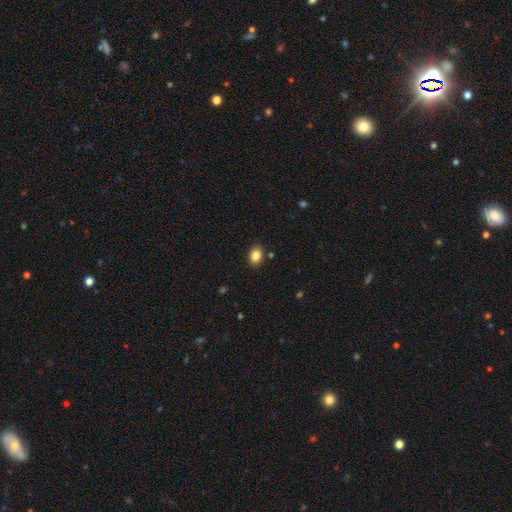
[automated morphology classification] A smooth galaxy with no disk features (85%) that is in between round and cigar-shaped (81%).

Vote fractions:
- Smooth or featured? smooth: 85% / star or artifact: 9% / featured or disk: 7%
- How rounded? in between: 81% / round: 18% / cigar-shaped: 1%
- Merging? none: 87% / minor disturbance: 9% / major disturbance: 2% / merger: 2%